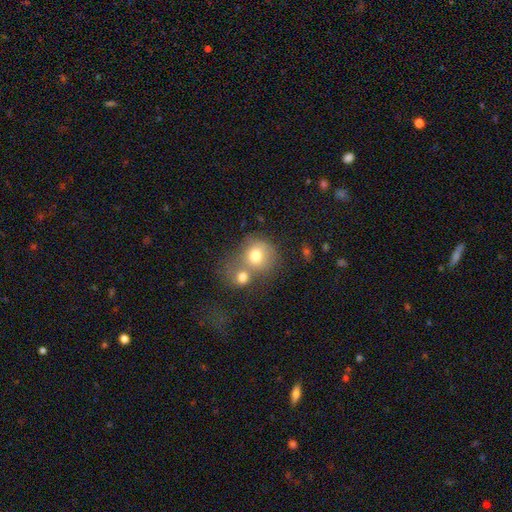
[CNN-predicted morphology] smooth-or-featured: smooth: 74% | featured or disk: 16% | star or artifact: 10%
  how-rounded: round: 79% | in between: 20% | cigar-shaped: 1%
  merging: merger: 53% | none: 31% | minor disturbance: 10% | major disturbance: 6%